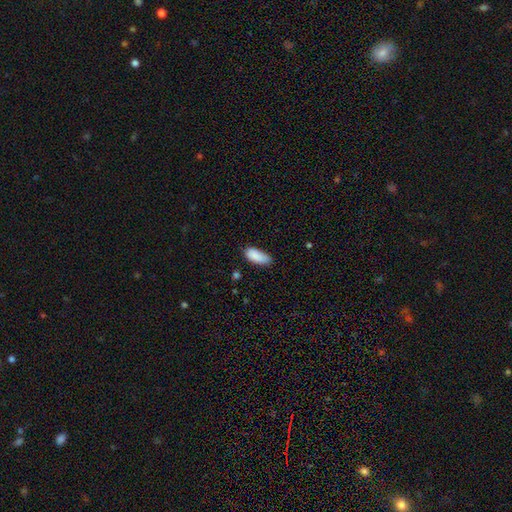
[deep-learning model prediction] Morphology: type=smooth (88%); roundness=in between (85%); merging=none (66%).